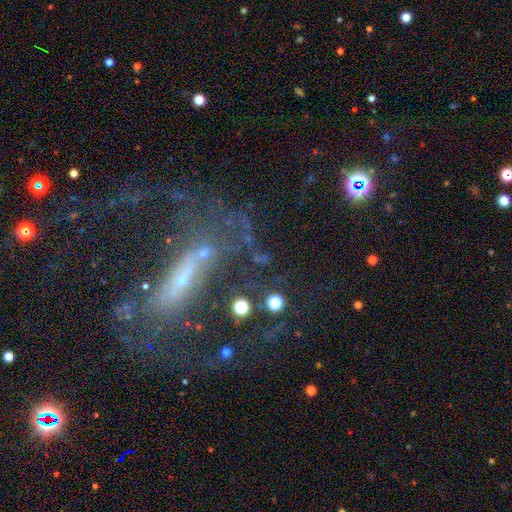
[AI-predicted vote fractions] Overall: featured or disk (76%). Edge-on disk: no (90%). Bar: strong (45%; weak 30%). Spiral arms: yes (77%). Spiral arm count: 2 (65%). Spiral winding: loose (45%; medium 37%). Bulge size: small (70%). Merging: none (45%; major disturbance 32%).